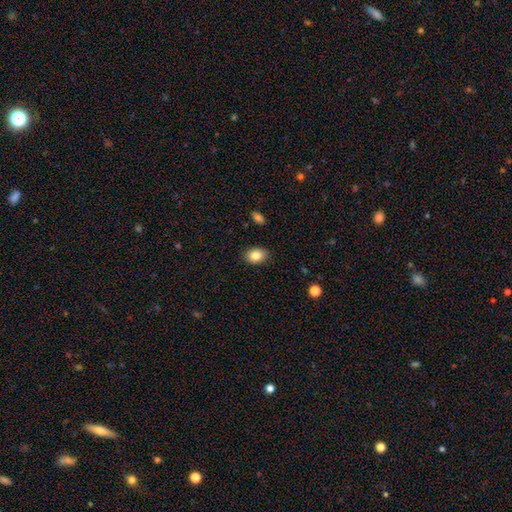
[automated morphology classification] This appears to be a smooth galaxy with no disk features (84%) that is in between round and cigar-shaped (75%). Merging: none (87%).